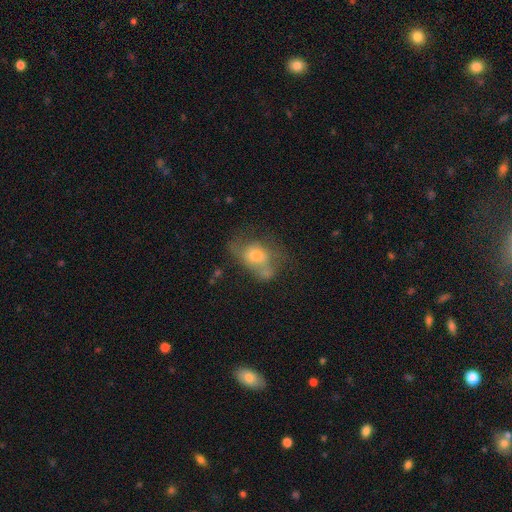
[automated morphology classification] type=smooth (49%); merging=none (31%).